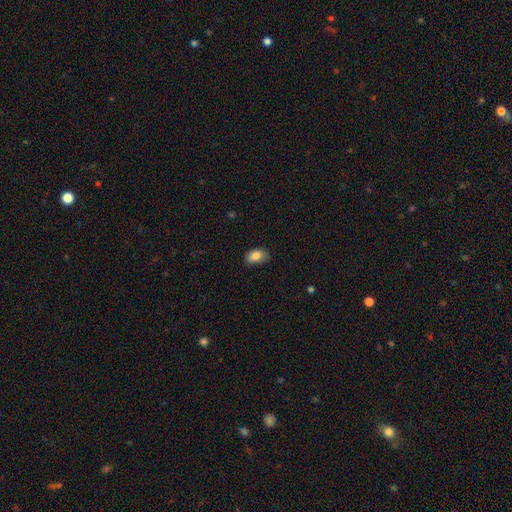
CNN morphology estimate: This is clearly a smooth galaxy (86%). How rounded: clearly in between (90%). Merging: likely none (79%).